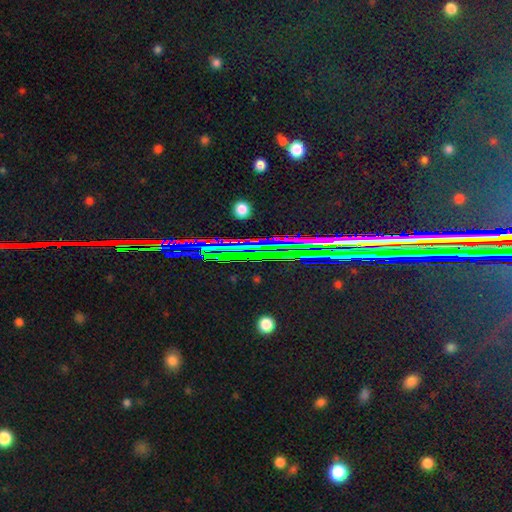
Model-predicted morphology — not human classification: Smooth or featured? Predicted: star or artifact (p=0.69).